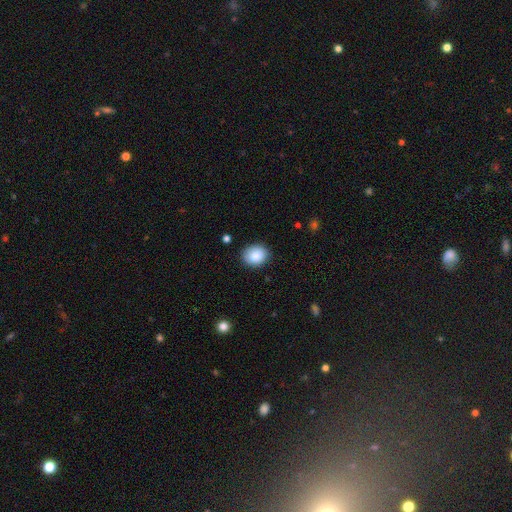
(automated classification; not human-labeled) This appears to be a smooth galaxy with no disk features (87%) that is round (59%). Merging: none (85%).